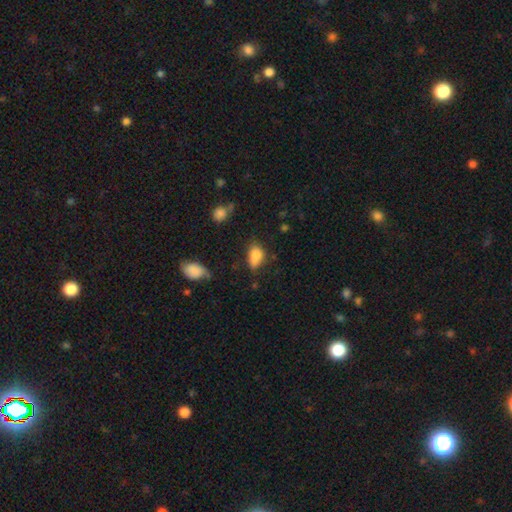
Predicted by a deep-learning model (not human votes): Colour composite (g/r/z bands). It shows a smooth galaxy with no disk features (80%) that is in between round and cigar-shaped (84%). Merging: none (43%).